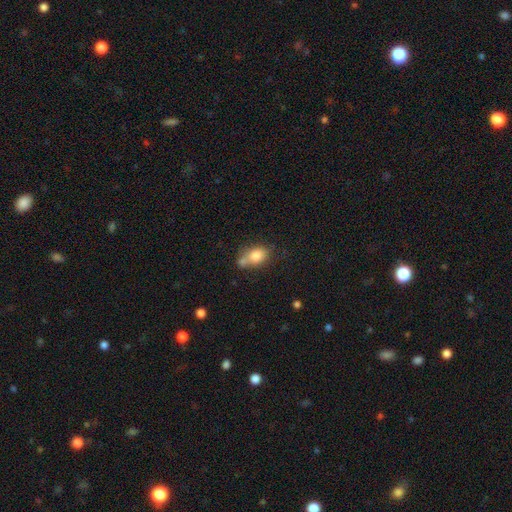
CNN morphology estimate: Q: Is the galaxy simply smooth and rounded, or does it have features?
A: smooth — 80%.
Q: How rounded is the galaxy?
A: in between — 78%.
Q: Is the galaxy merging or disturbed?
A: none — 41%.